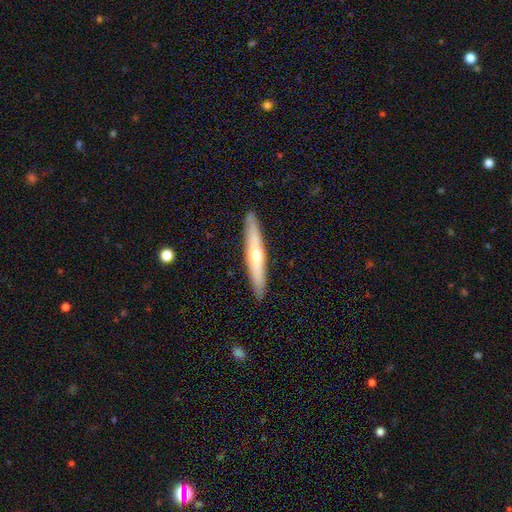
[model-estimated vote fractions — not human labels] Q: Smooth or featured?
A: featured or disk (55%); runner-up: smooth (40%)
Q: Edge-on disk?
A: yes (93%); runner-up: no (7%)
Q: Edge-on bulge?
A: rounded (84%); runner-up: none (13%)
Q: Merging?
A: none (91%); runner-up: minor disturbance (7%)